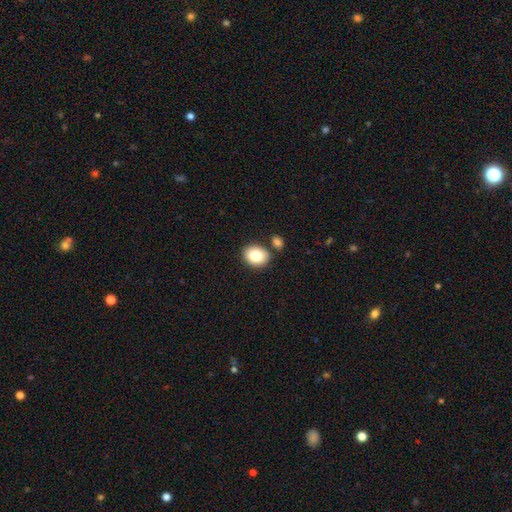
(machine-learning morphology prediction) smooth-or-featured: smooth: 84% | featured or disk: 8% | star or artifact: 8%
  how-rounded: in between: 51% | round: 48% | cigar-shaped: 1%
  merging: none: 77% | minor disturbance: 10% | merger: 10% | major disturbance: 3%